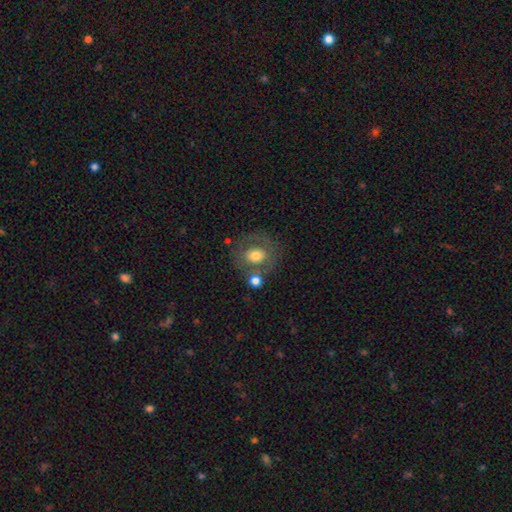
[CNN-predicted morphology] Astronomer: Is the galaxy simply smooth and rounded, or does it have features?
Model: smooth — 61%.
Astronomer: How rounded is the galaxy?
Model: round — 77%.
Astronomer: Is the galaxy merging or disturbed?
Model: none — 61%.